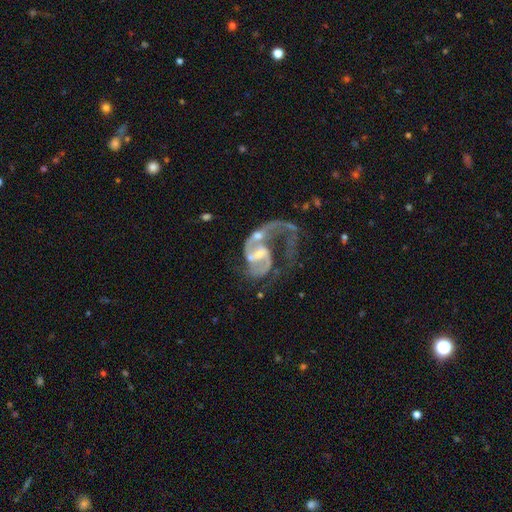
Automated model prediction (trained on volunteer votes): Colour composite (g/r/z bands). It shows a featured or disk galaxy (87%) with a weak bar (44%), 2 (60%) loose (46%) spiral arms (92%) and a small central bulge (50%). Merging: major disturbance (37%).